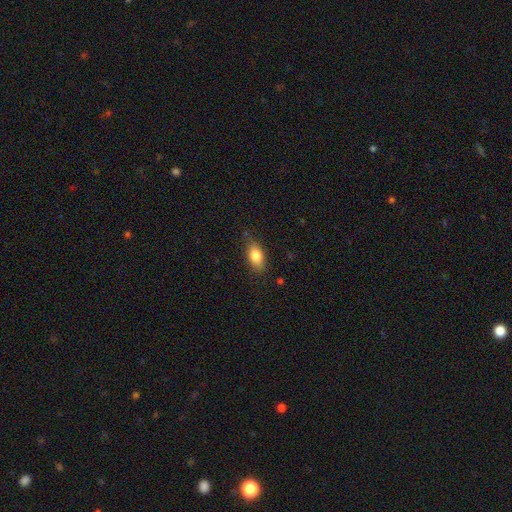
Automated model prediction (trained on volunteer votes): This is clearly a smooth galaxy (82%). How rounded: clearly in between (87%). Merging: likely none (80%).